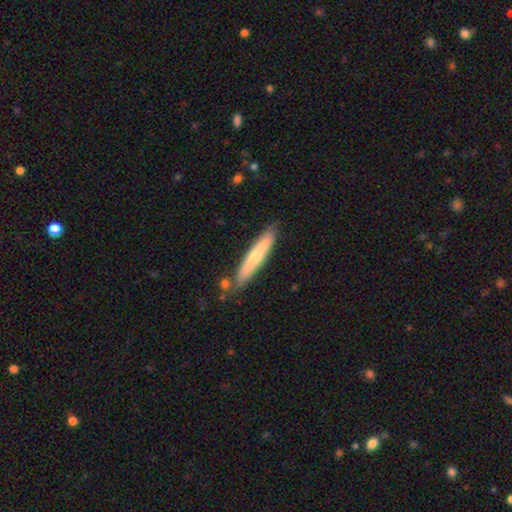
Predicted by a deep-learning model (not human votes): This appears to be a smooth galaxy with no disk features (54%) that is cigar-shaped (91%). Merging: none (81%).